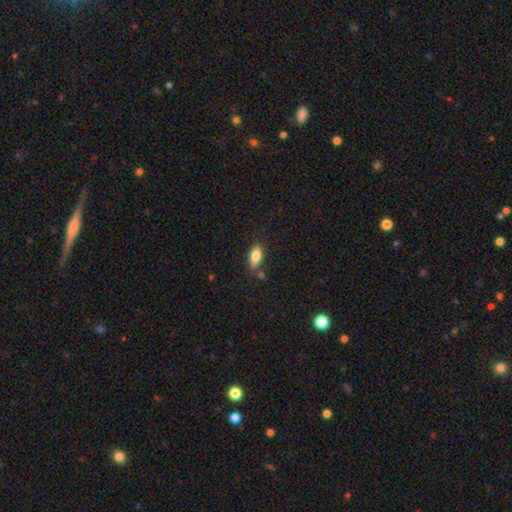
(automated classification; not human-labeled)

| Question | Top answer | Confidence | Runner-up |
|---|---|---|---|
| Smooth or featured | smooth | 80% | featured or disk (12%) |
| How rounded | in between | 85% | cigar-shaped (12%) |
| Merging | none | 72% | minor disturbance (17%) |